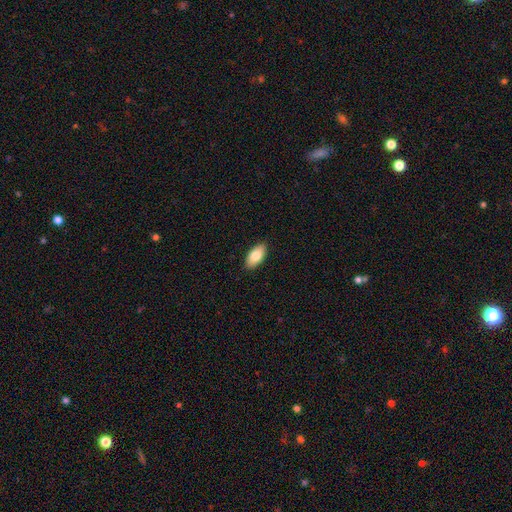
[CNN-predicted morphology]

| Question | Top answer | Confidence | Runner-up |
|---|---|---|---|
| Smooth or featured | smooth | 82% | featured or disk (12%) |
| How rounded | in between | 92% | cigar-shaped (5%) |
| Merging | none | 89% | minor disturbance (8%) |